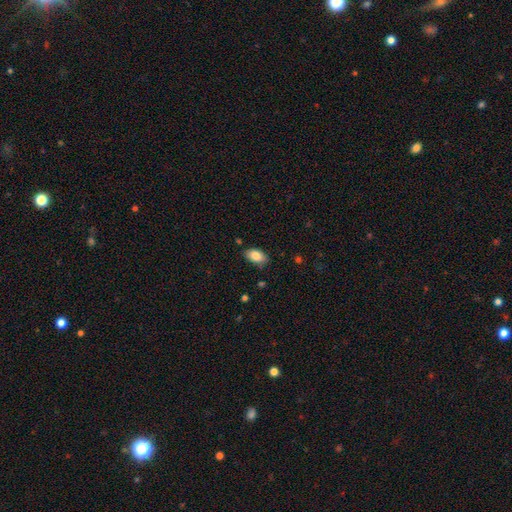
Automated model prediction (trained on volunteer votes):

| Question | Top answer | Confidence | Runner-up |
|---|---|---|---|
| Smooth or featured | smooth | 86% | featured or disk (7%) |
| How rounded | in between | 92% | round (6%) |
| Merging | none | 78% | minor disturbance (17%) |